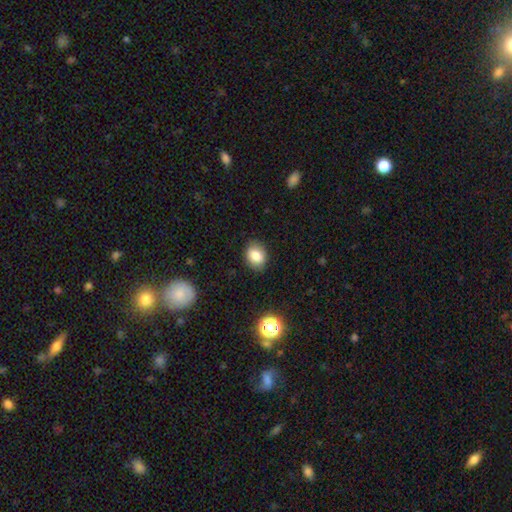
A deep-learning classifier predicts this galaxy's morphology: This appears to be a smooth galaxy with no disk features (83%) that is in between round and cigar-shaped (62%). Merging: none (85%).